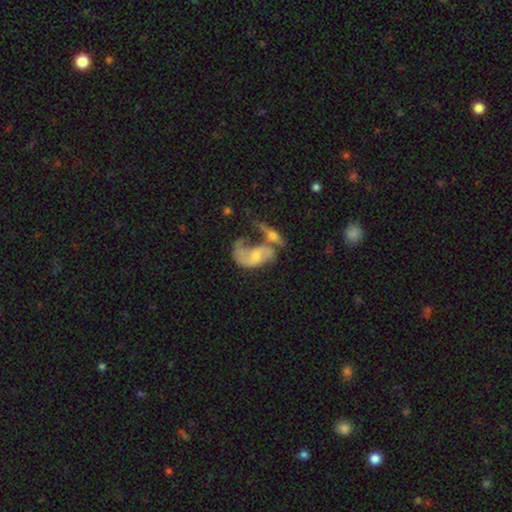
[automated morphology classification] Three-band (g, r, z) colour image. It shows a featured or disk galaxy (68%) with no bar (62%), spiral arms (77%) and a small central bulge (52%). Merging: merger (46%).